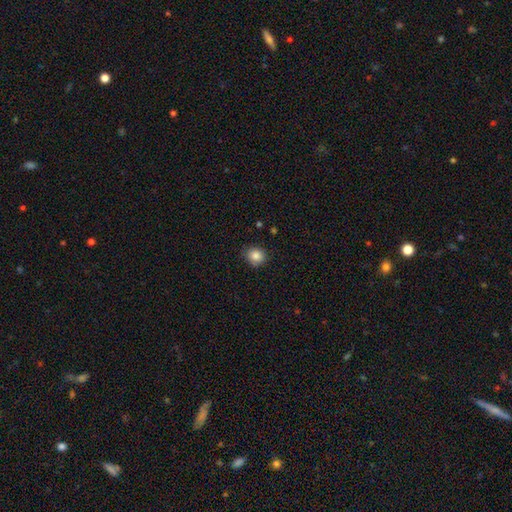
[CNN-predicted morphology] The model was most divided on "how rounded": round: 80%, in between: 19%, cigar-shaped: 1%. More confident: smooth or featured — smooth (85%); merging — none (84%).